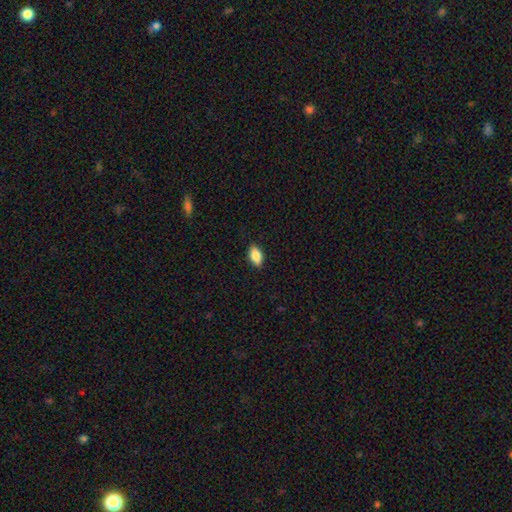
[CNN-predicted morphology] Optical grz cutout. It shows a smooth galaxy with no disk features (85%) that is in between round and cigar-shaped (90%). Merging: none (88%).